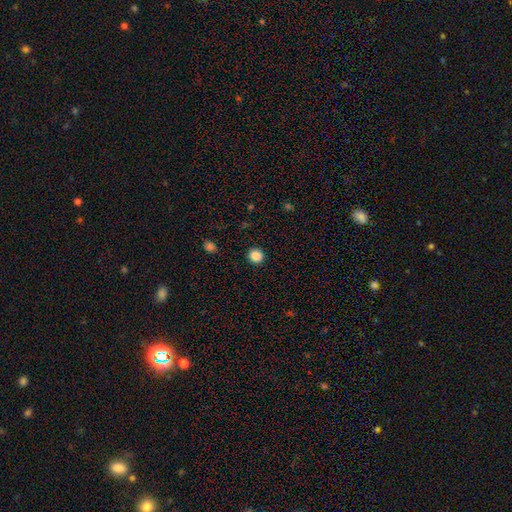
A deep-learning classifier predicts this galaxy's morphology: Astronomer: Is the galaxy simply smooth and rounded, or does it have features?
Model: smooth — 86%.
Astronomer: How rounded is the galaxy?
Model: round — 90%.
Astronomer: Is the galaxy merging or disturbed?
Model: none — 93%.